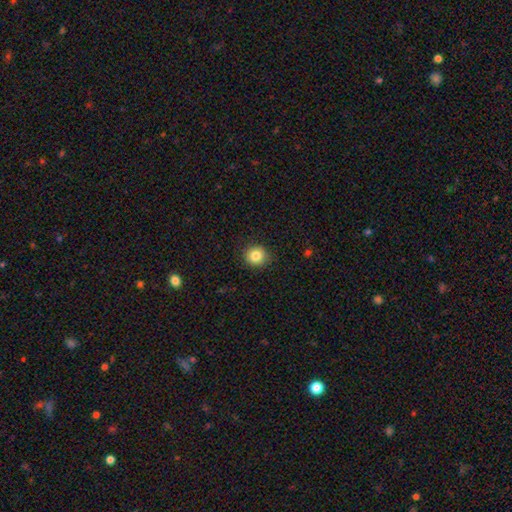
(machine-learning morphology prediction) Smooth or featured?
  - smooth: 84% *
  - star or artifact: 10%
  - featured or disk: 6%
How rounded?
  - round: 90% *
  - in between: 9%
  - cigar-shaped: 1%
Merging?
  - none: 89% *
  - minor disturbance: 8%
  - major disturbance: 2%
  - merger: 1%